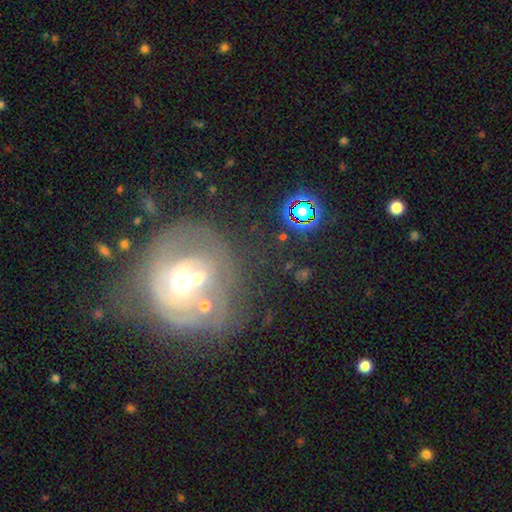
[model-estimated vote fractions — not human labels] Smooth or featured?
  - featured or disk: 60% *
  - smooth: 23%
  - star or artifact: 17%
Edge-on disk?
  - no: 95% *
  - yes: 5%
Bar?
  - no: 68% *
  - weak: 22%
  - strong: 9%
Spiral arms?
  - yes: 53% *
  - no: 47%
Bulge size?
  - moderate: 55% *
  - small: 32%
  - large: 7%
  - none: 3%
  - dominant: 3%
Merging?
  - merger: 40% *
  - none: 34%
  - major disturbance: 13%
  - minor disturbance: 13%